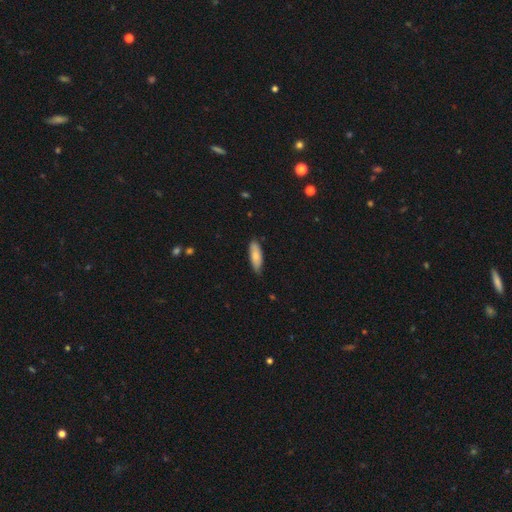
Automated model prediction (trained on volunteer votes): Overall: smooth (79%). How rounded: in between (59%; cigar-shaped 39%). Merging: none (79%).